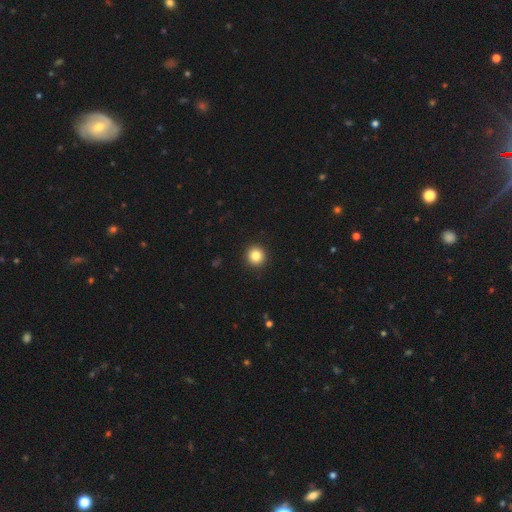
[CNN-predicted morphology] Smooth or featured?
  - smooth: 84% *
  - star or artifact: 11%
  - featured or disk: 5%
How rounded?
  - round: 96% *
  - in between: 3%
  - cigar-shaped: 1%
Merging?
  - none: 93% *
  - minor disturbance: 4%
  - major disturbance: 2%
  - merger: 1%